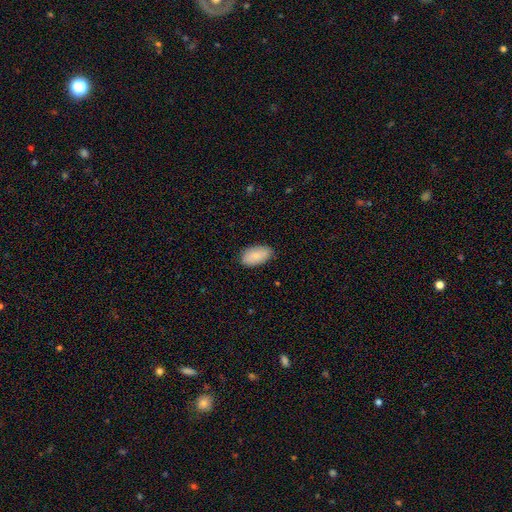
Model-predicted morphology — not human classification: smooth-or-featured: smooth: 85% | featured or disk: 9% | star or artifact: 6%
  how-rounded: in between: 95% | round: 3% | cigar-shaped: 2%
  merging: none: 85% | minor disturbance: 12% | major disturbance: 2% | merger: 1%